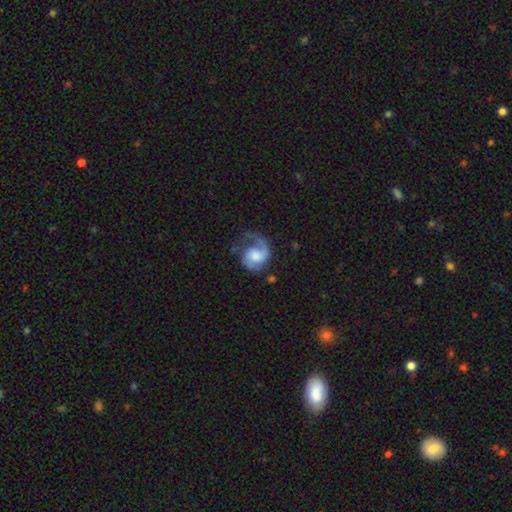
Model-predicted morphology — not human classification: Q: Smooth or featured?
A: featured or disk (80%); runner-up: smooth (15%)
Q: Edge-on disk?
A: no (98%); runner-up: yes (2%)
Q: Bar?
A: no (62%); runner-up: weak (32%)
Q: Spiral arms?
A: yes (96%); runner-up: no (4%)
Q: Spiral winding?
A: medium (47%); runner-up: loose (31%)
Q: Spiral arm count?
A: 2 (56%); runner-up: 1 (38%)
Q: Bulge size?
A: moderate (37%); runner-up: large (31%)
Q: Merging?
A: none (50%); runner-up: major disturbance (25%)